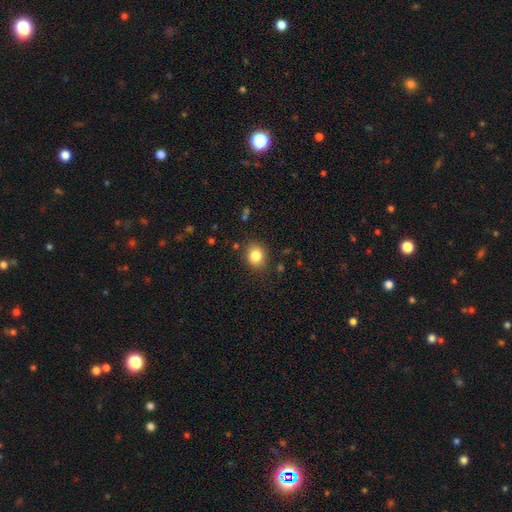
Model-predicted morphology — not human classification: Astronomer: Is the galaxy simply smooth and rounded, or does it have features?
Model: smooth — 83%.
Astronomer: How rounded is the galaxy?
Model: round — 64%.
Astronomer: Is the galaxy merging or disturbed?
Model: none — 84%.